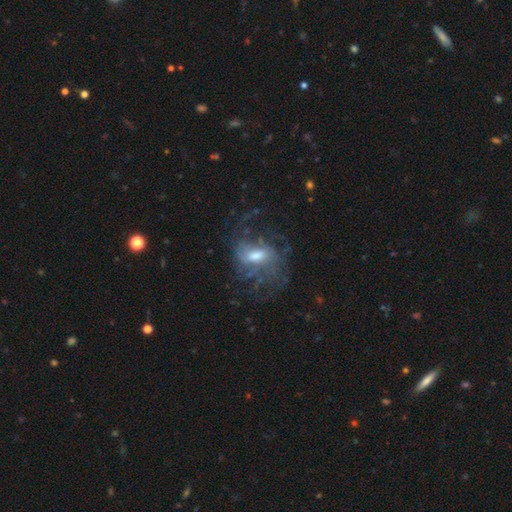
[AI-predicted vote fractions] Q: Smooth or featured?
A: featured or disk (70%); runner-up: smooth (19%)
Q: Edge-on disk?
A: no (95%); runner-up: yes (5%)
Q: Bar?
A: weak (47%); runner-up: no (37%)
Q: Spiral arms?
A: yes (73%); runner-up: no (27%)
Q: Bulge size?
A: moderate (57%); runner-up: small (23%)
Q: Merging?
A: none (48%); runner-up: major disturbance (32%)